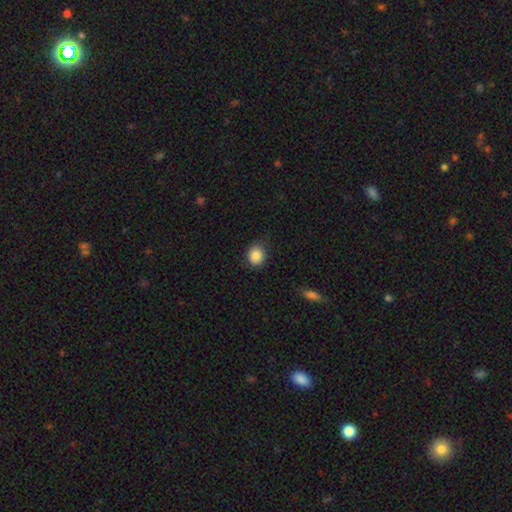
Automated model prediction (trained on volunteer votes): Smooth or featured?
  - smooth: 87% *
  - star or artifact: 9%
  - featured or disk: 4%
How rounded?
  - round: 79% *
  - in between: 20%
  - cigar-shaped: 1%
Merging?
  - none: 85% *
  - minor disturbance: 11%
  - major disturbance: 3%
  - merger: 1%